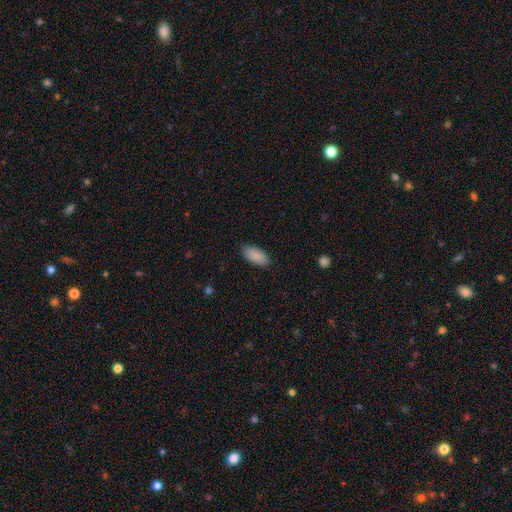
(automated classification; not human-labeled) This is clearly a smooth galaxy (89%). How rounded: clearly in between (92%). Merging: clearly none (88%).